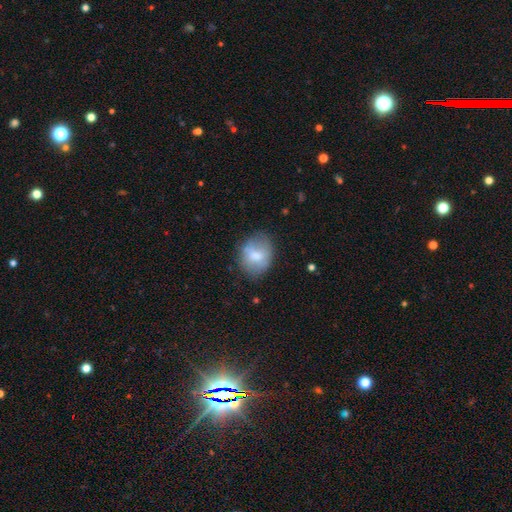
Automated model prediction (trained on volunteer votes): Smooth or featured? Predicted: smooth (p=0.68). How rounded? Predicted: in between (p=0.56). Merging? Predicted: none (p=0.64).